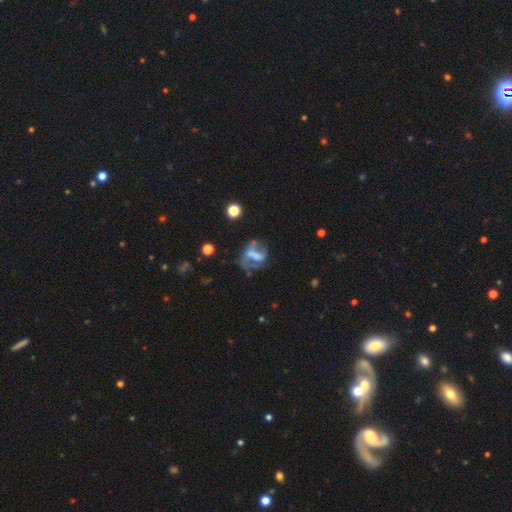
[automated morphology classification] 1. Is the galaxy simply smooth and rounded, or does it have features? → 60% featured or disk, 27% smooth, 14% star or artifact.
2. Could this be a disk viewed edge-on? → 95% no, 5% yes.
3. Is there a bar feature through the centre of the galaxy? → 42% no, 30% strong, 28% weak.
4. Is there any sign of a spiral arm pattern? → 57% no, 43% yes.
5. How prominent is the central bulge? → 54% none, 19% moderate, 16% small, 9% large, 2% dominant.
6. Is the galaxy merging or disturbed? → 34% major disturbance (tied), 34% none (tied), 19% minor disturbance, 13% merger.